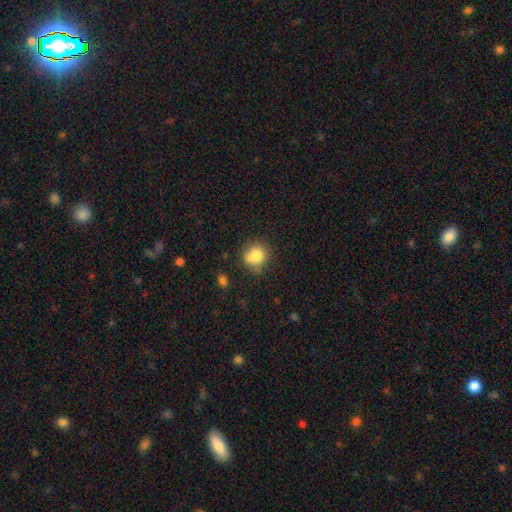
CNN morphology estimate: This appears to be a smooth galaxy with no disk features (80%) that is round (84%). Merging: none (63%).